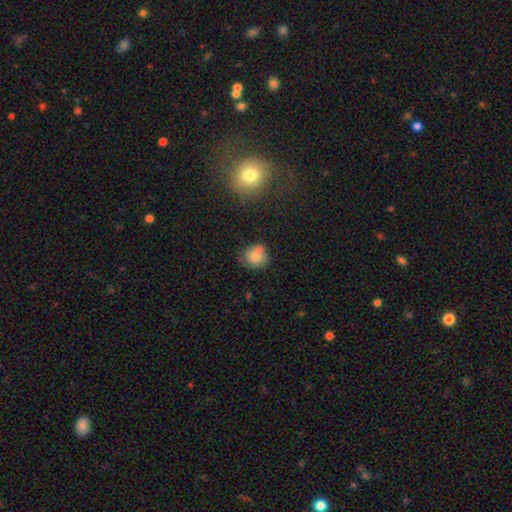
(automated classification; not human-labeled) smooth_or_featured: smooth (p=0.76) [alt: featured or disk p=0.13]
how_rounded: round (p=0.77) [alt: in between p=0.22]
merging: none (p=0.55) [alt: minor disturbance p=0.24]